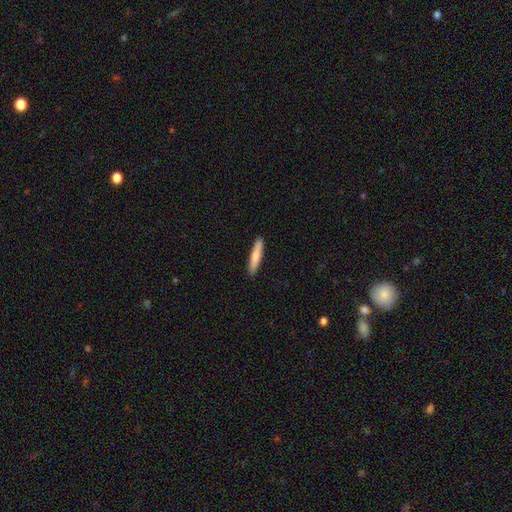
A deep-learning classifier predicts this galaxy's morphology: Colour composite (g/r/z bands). It shows a smooth galaxy with no disk features (77%) that is cigar-shaped (89%). Merging: none (90%).